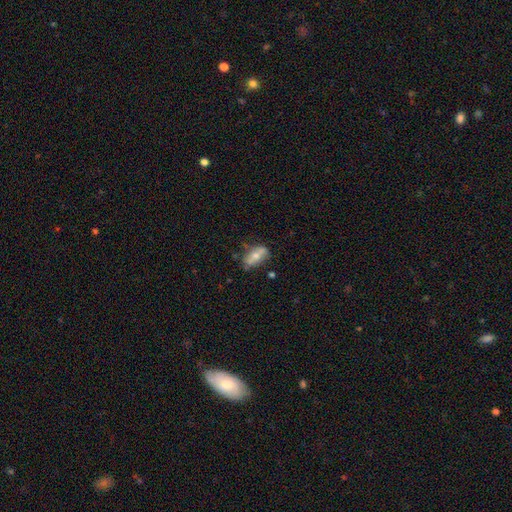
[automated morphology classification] This is possibly a smooth galaxy (54%). How rounded: clearly in between (81%). Merging: likely none (60%).